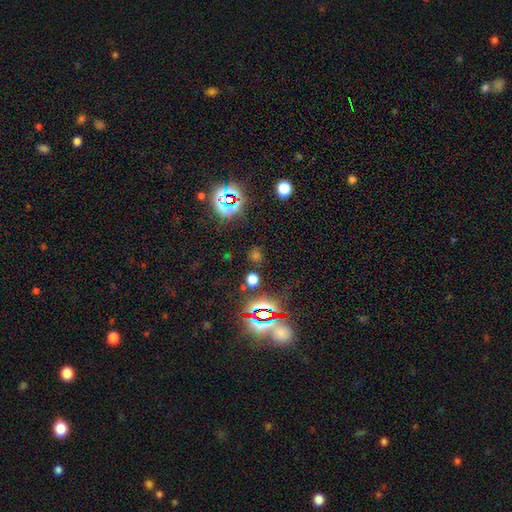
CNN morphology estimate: Overall: star or artifact (57%; smooth 35%).